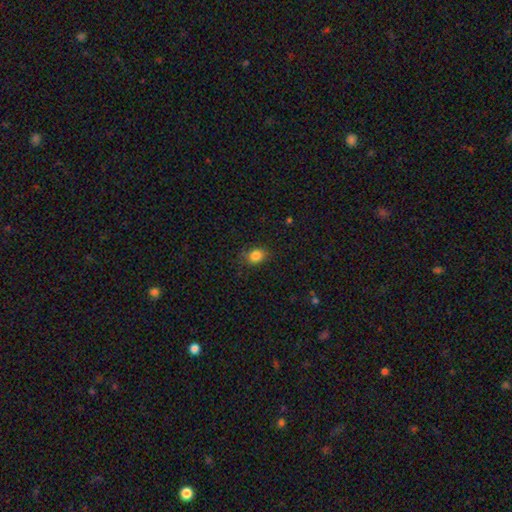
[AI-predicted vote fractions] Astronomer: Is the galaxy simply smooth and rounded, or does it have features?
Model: smooth — 84%.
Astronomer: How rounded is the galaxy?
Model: in between — 55% (runner-up: round, 44%).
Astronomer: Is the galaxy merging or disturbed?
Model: none — 79%.